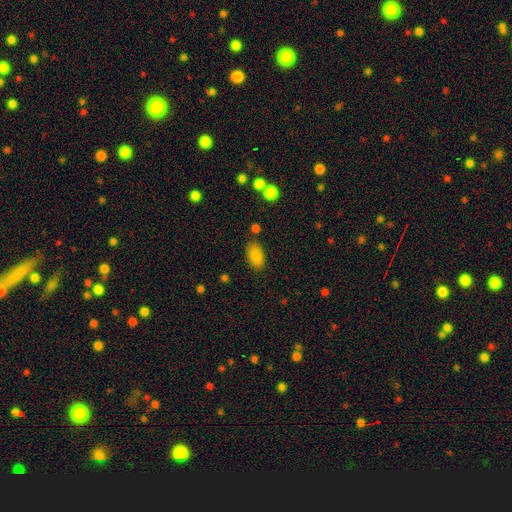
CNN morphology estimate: Smooth or featured? Predicted: smooth (p=0.86). How rounded? Predicted: in between (p=0.93). Merging? Predicted: none (p=0.81).